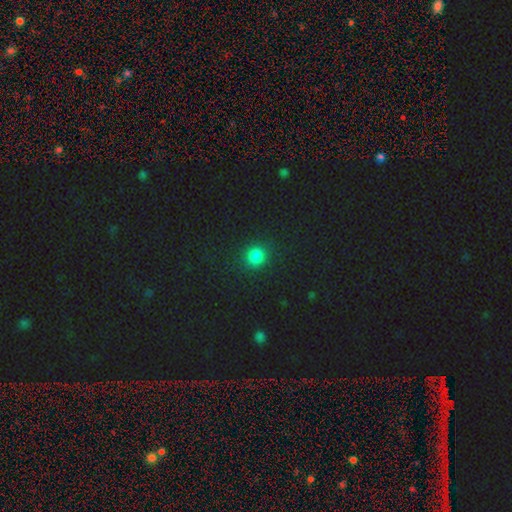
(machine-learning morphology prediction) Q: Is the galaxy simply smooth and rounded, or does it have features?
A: smooth — 80%.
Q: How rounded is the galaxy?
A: round — 86%.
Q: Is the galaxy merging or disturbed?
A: none — 89%.